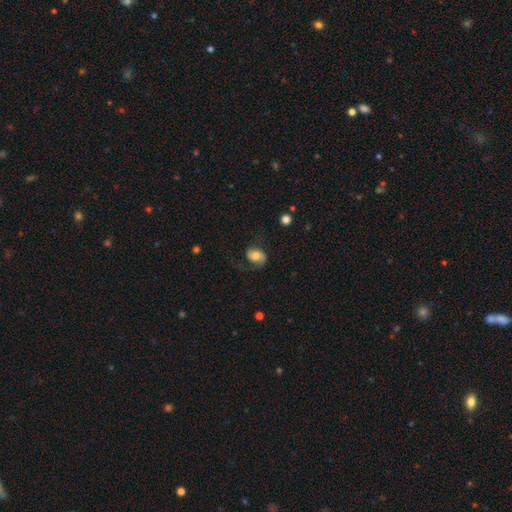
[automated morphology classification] smooth-or-featured: featured or disk: 50% | smooth: 42% | star or artifact: 8%
  disk-edge-on: no: 96% | yes: 4%
  merging: none: 56% | minor disturbance: 21% | major disturbance: 21% | merger: 2%